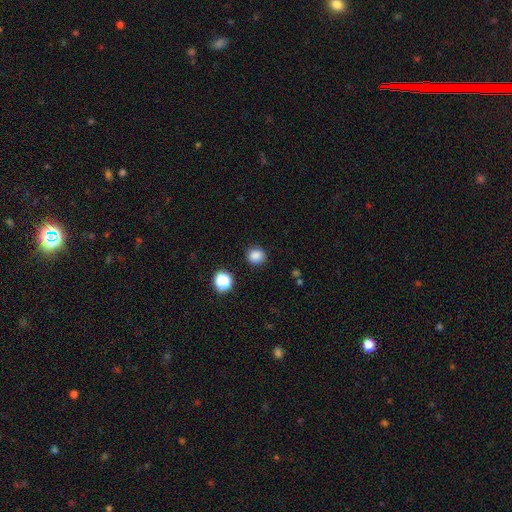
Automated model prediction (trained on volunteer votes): Smooth or featured? smooth (84%)
How rounded? round (82%)
Merging? none (88%)